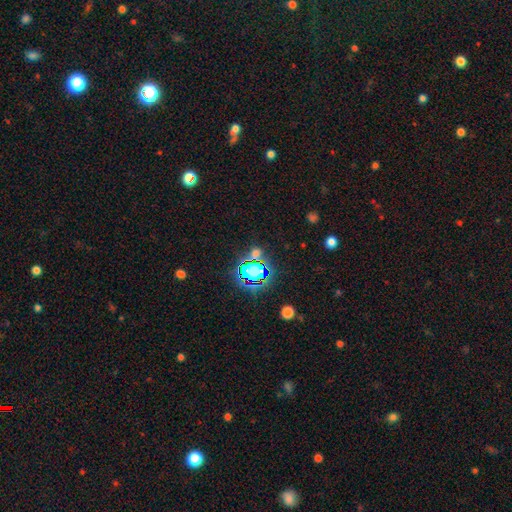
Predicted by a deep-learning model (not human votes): Smooth or featured? star or artifact (73%)